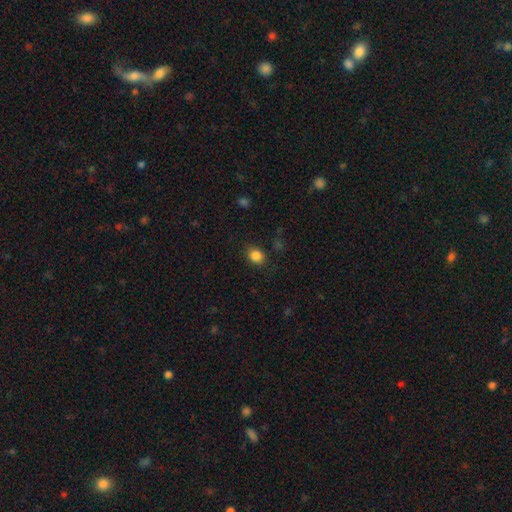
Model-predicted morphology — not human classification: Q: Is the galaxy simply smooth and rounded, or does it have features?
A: smooth — 85%.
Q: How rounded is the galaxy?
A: round — 54%.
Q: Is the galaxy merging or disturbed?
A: none — 82%.